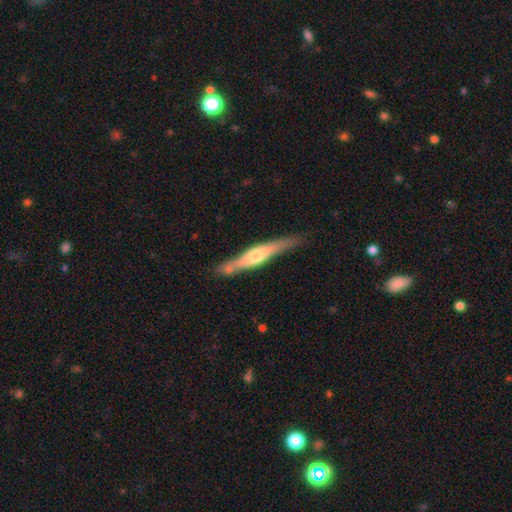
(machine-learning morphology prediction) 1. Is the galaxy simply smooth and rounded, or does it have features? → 67% featured or disk, 28% smooth, 5% star or artifact.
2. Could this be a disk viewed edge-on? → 95% yes, 5% no.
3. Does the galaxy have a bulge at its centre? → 87% rounded, 9% boxy, 5% none.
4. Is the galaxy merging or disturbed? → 79% none, 13% minor disturbance, 5% merger, 3% major disturbance.